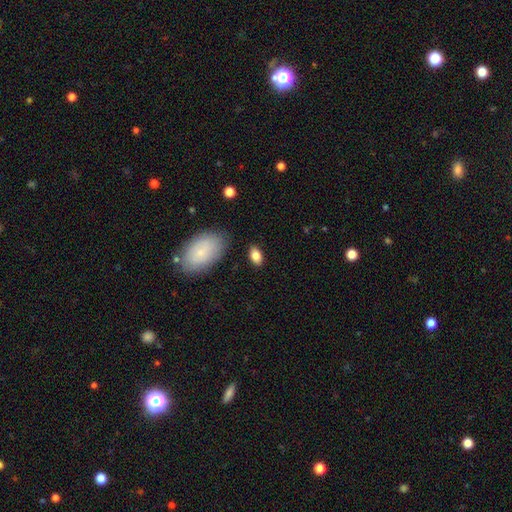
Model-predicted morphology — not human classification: This is clearly a smooth galaxy (82%). How rounded: clearly in between (90%). Merging: clearly none (84%).